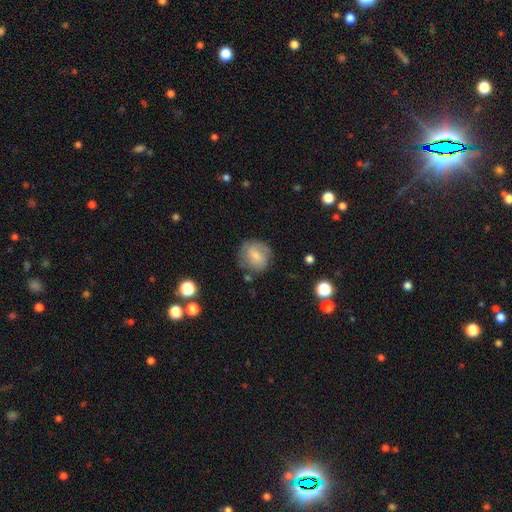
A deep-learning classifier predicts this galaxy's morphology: Smooth or featured? smooth (57%)
How rounded? round (76%)
Merging? none (66%)